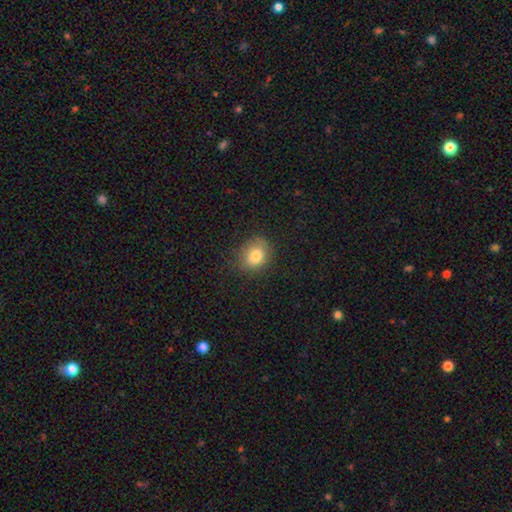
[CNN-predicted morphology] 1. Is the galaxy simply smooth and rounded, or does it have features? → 82% smooth, 10% star or artifact, 8% featured or disk.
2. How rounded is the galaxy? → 54% round, 45% in between, 1% cigar-shaped.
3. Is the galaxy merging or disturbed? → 79% none, 16% minor disturbance, 5% major disturbance, 1% merger.